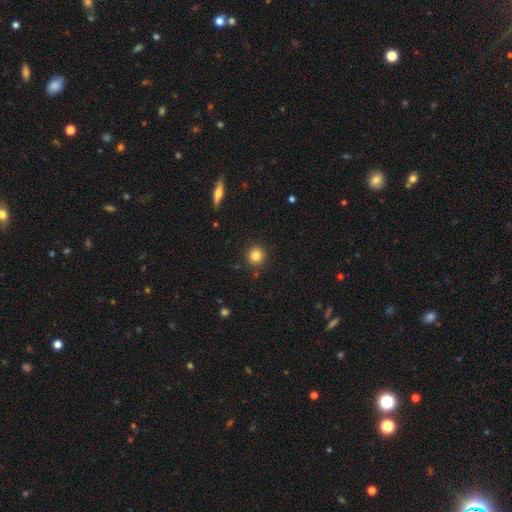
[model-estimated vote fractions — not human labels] Smooth or featured?
  - smooth: 82% *
  - star or artifact: 11%
  - featured or disk: 7%
How rounded?
  - round: 93% *
  - in between: 6%
  - cigar-shaped: 1%
Merging?
  - none: 89% *
  - minor disturbance: 7%
  - merger: 2%
  - major disturbance: 2%